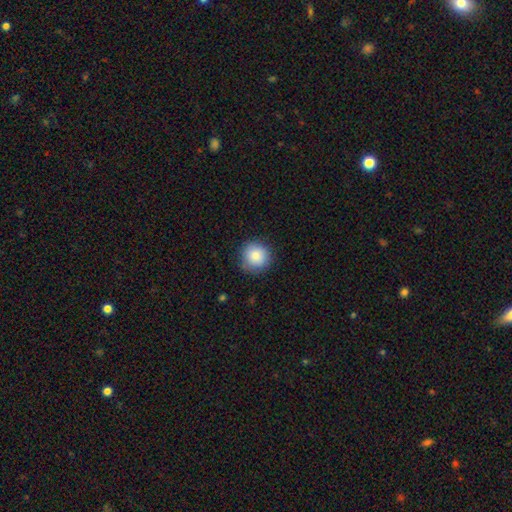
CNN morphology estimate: A smooth galaxy with no disk features (85%) that is round (93%).

Vote fractions:
- Smooth or featured? smooth: 85% / star or artifact: 8% / featured or disk: 6%
- How rounded? round: 93% / in between: 6% / cigar-shaped: 1%
- Merging? none: 84% / minor disturbance: 12% / major disturbance: 3% / merger: 1%